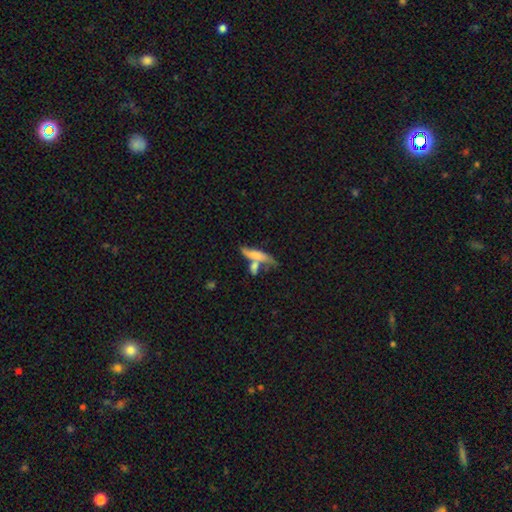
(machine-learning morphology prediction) Smooth or featured?
  - smooth: 59% *
  - featured or disk: 33%
  - star or artifact: 8%
How rounded?
  - cigar-shaped: 67% *
  - in between: 30%
  - round: 4%
Merging?
  - merger: 41% *
  - none: 34%
  - minor disturbance: 15%
  - major disturbance: 10%